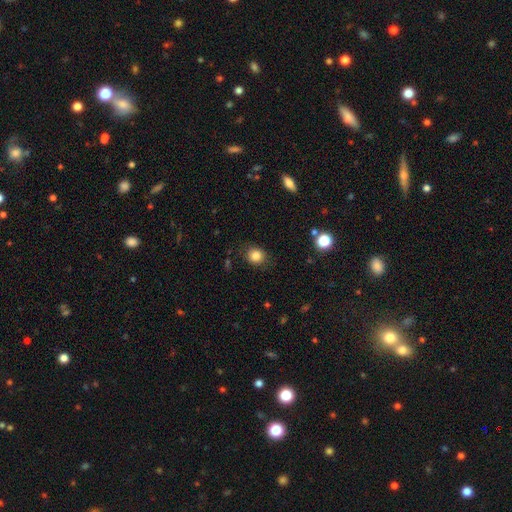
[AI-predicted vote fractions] Smooth or featured: smooth — 84% (star or artifact — 11%)
How rounded: round — 75% (in between — 24%)
Merging: none — 82% (minor disturbance — 13%)